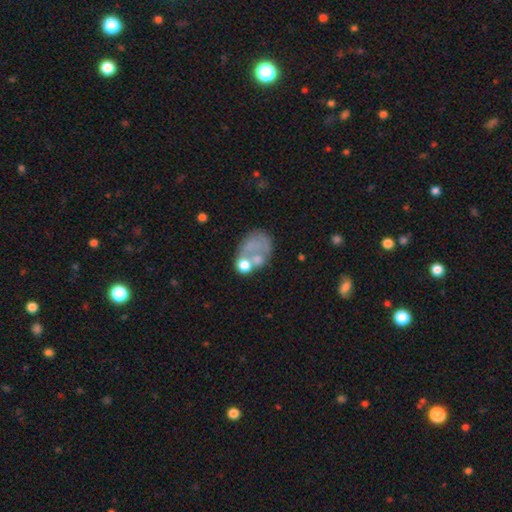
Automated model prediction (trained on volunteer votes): smooth 48%, featured or disk 36%, star or artifact 16%. Down the decision tree: merging — none (32%).